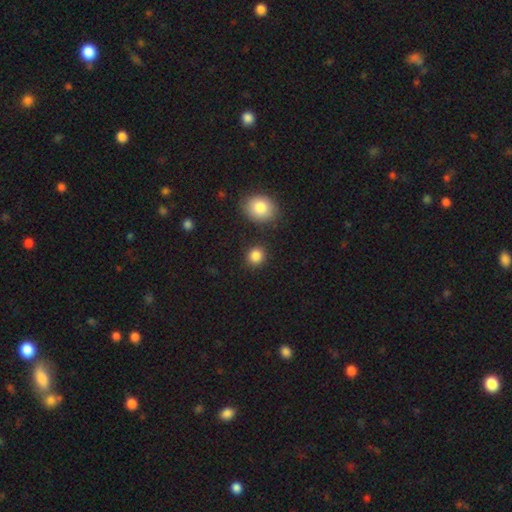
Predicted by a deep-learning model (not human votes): Smooth or featured? smooth (86%)
How rounded? round (84%)
Merging? none (87%)